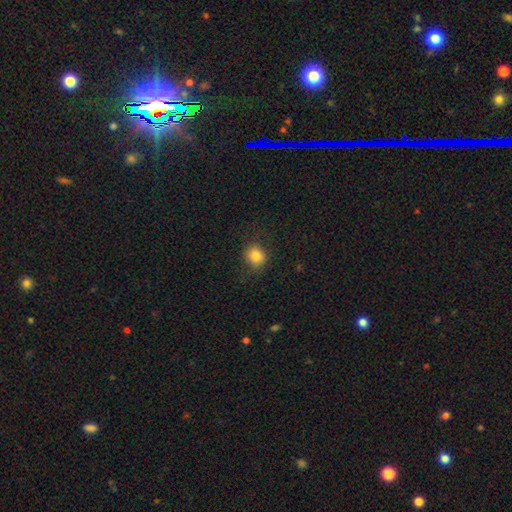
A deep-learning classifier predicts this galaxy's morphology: Smooth or featured? Predicted: smooth (p=0.83). How rounded? Predicted: round (p=0.77). Merging? Predicted: none (p=0.81).